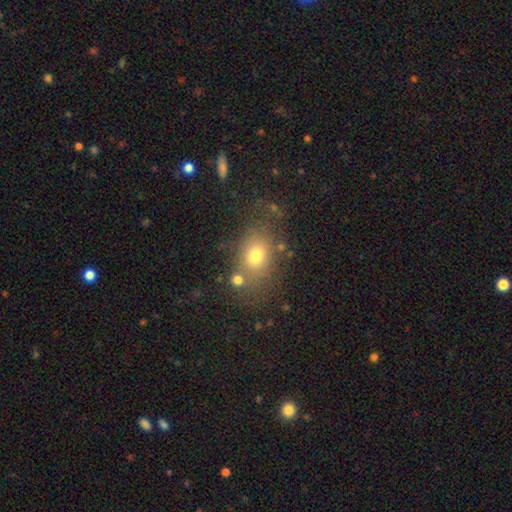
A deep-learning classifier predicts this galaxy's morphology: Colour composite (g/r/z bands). It shows a smooth galaxy with no disk features (72%) that is in between round and cigar-shaped (65%). Merging: none (68%).